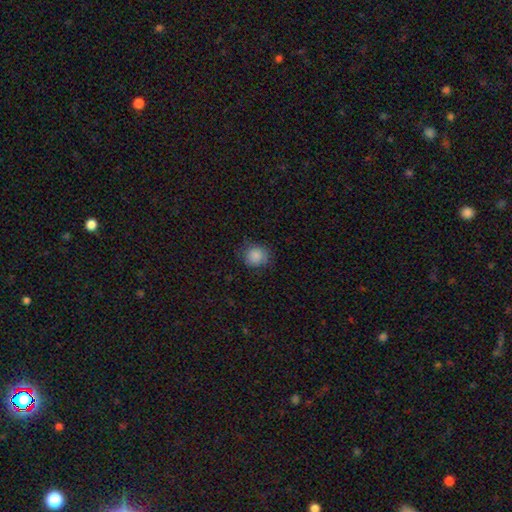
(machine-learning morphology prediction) type=smooth (85%); roundness=round (84%); merging=none (76%).